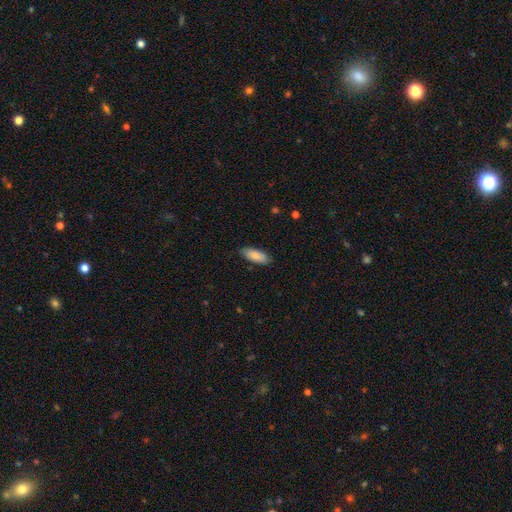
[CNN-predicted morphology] Smooth or featured: smooth — 87% (featured or disk — 7%)
How rounded: in between — 76% (cigar-shaped — 23%)
Merging: none — 86% (minor disturbance — 10%)